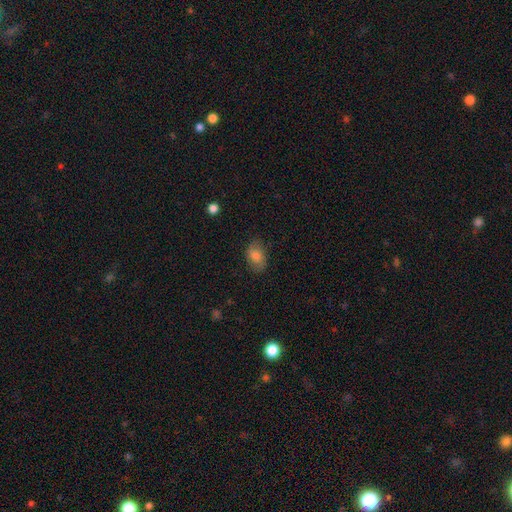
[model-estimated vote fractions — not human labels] Smooth or featured?
  - smooth: 76% *
  - featured or disk: 16%
  - star or artifact: 8%
How rounded?
  - in between: 87% *
  - round: 12%
  - cigar-shaped: 2%
Merging?
  - none: 79% *
  - minor disturbance: 17%
  - major disturbance: 4%
  - merger: 1%